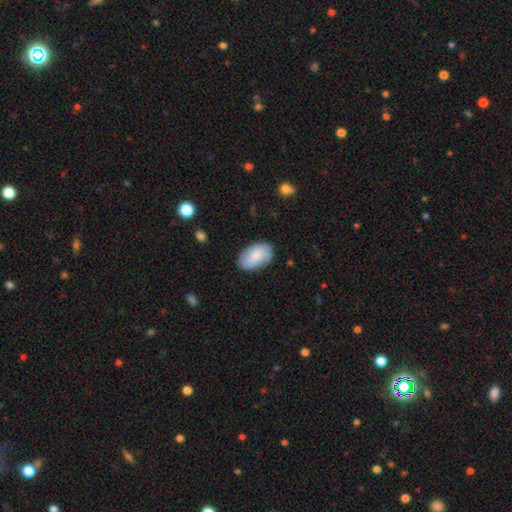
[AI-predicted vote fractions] A smooth galaxy with no disk features (77%) that is in between round and cigar-shaped (93%).

Vote fractions:
- Smooth or featured? smooth: 77% / featured or disk: 17% / star or artifact: 6%
- How rounded? in between: 93% / round: 6% / cigar-shaped: 1%
- Merging? none: 79% / minor disturbance: 16% / major disturbance: 4% / merger: 1%